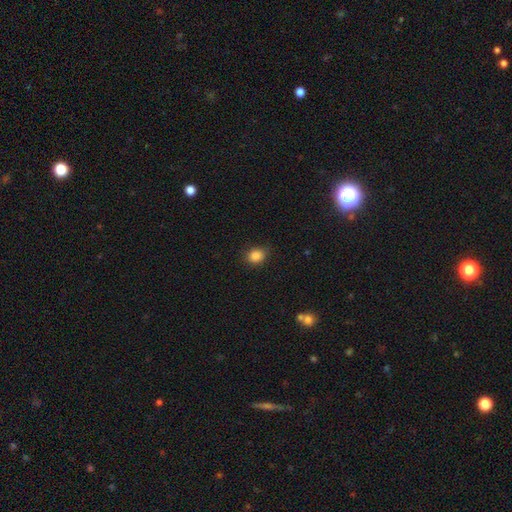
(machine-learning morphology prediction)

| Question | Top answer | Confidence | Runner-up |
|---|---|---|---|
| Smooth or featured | smooth | 86% | star or artifact (10%) |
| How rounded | round | 59% | in between (40%) |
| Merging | none | 84% | minor disturbance (12%) |